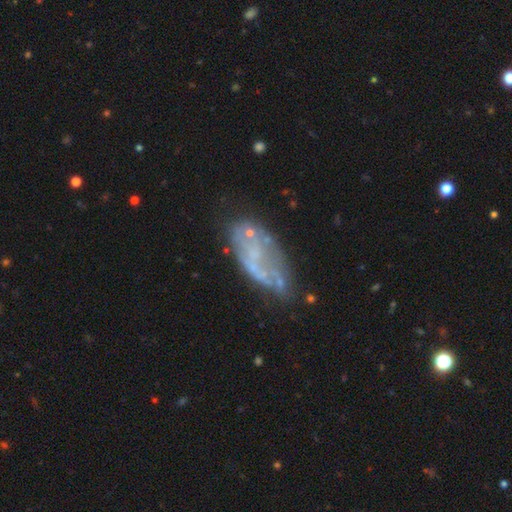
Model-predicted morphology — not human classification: Overall: featured or disk (58%; smooth 28%). Edge-on disk: no (95%). Bar: no (89%). Spiral arms: no (88%). Bulge size: none (76%). Merging: none (43%; minor disturbance 23%).